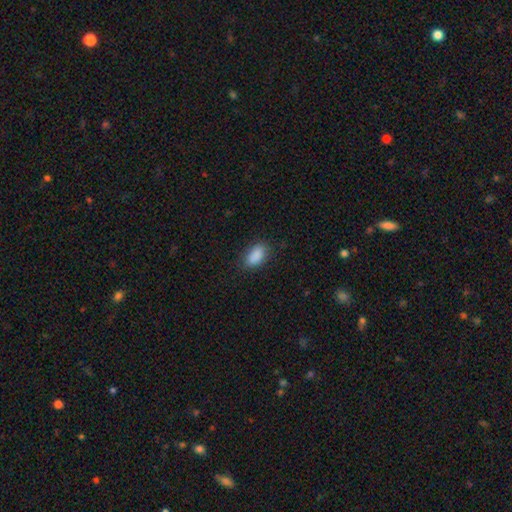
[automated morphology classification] type=smooth (89%); roundness=in between (91%); merging=none (81%).